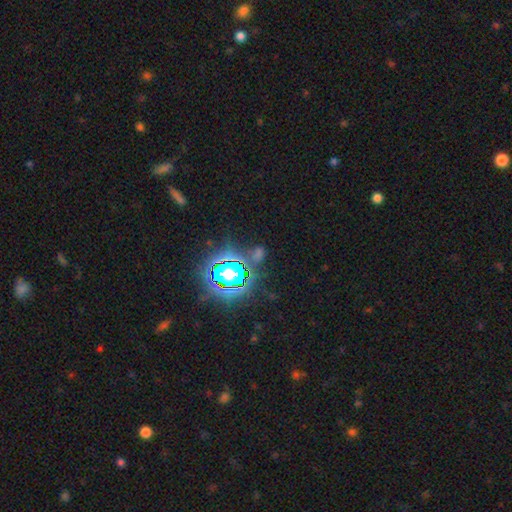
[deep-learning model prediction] Smooth or featured?
  - star or artifact: 72% *
  - smooth: 18%
  - featured or disk: 10%